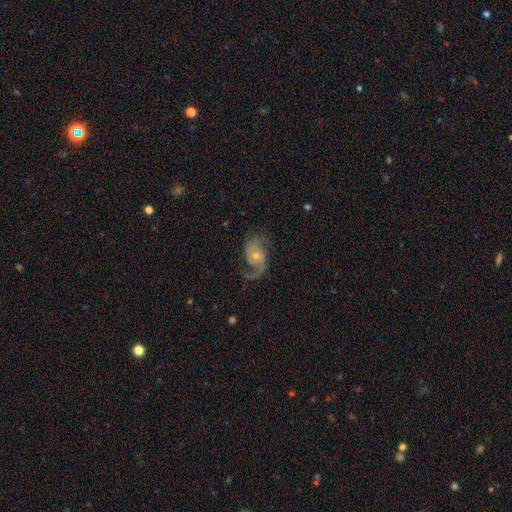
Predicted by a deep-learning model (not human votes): Morphology: type=featured or disk (87%); edge-on=no (97%); bar=no (65%); spiral arms=yes (96%); winding=medium (47%); arm count=2 (80%); bulge=small (55%); merging=none (66%).